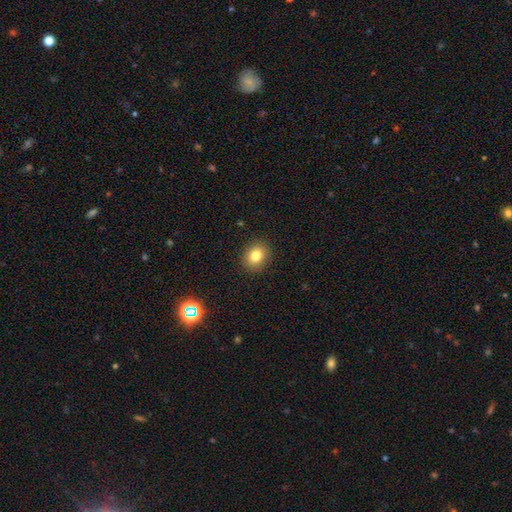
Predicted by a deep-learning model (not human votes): This is clearly a smooth galaxy (81%). How rounded: likely round (64%). Merging: clearly none (89%).